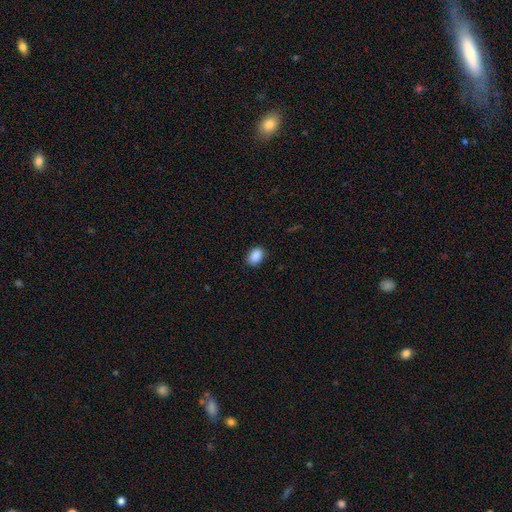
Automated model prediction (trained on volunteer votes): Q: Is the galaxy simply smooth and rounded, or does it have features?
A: smooth — 89%.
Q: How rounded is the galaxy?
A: in between — 79%.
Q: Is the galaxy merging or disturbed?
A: none — 87%.